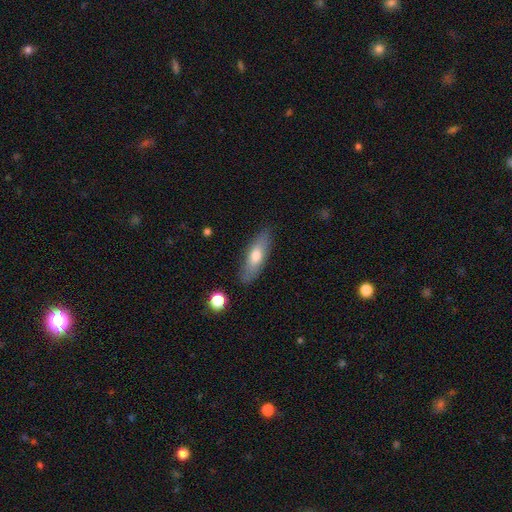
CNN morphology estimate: type=smooth (67%); roundness=in between (53%); merging=none (84%).